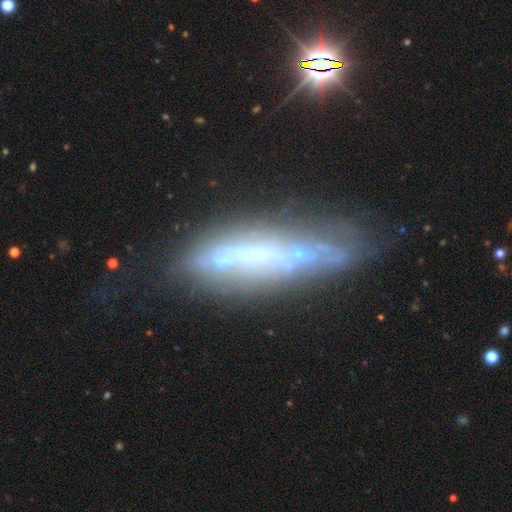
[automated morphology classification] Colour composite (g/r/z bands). It shows a featured or disk galaxy (60%) viewed edge-on (53%). Merging: none (51%).